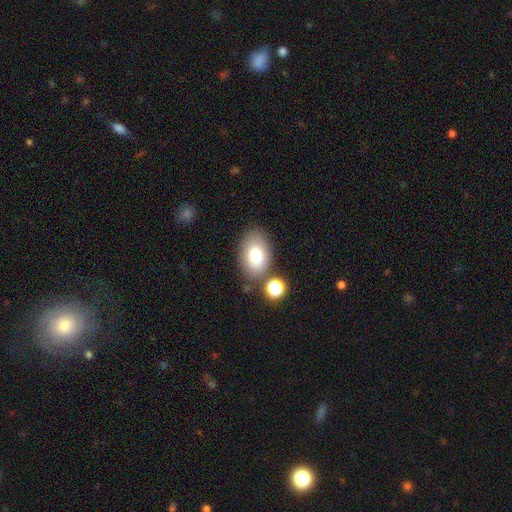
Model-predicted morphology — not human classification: type=smooth (78%); roundness=in between (86%); merging=none (74%).